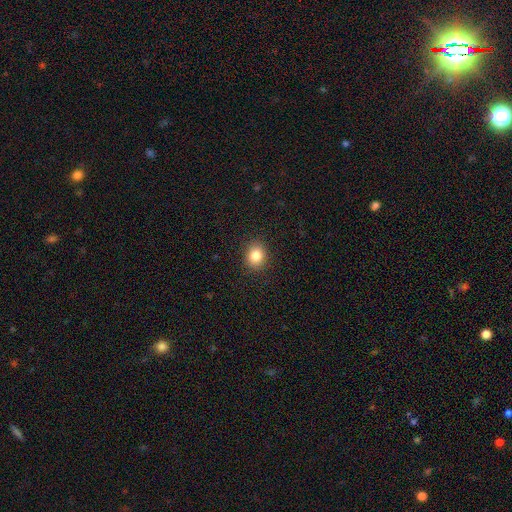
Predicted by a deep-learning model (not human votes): The model was most divided on "how rounded": round: 62%, in between: 37%, cigar-shaped: 1%. More confident: merging — none (89%); smooth or featured — smooth (85%).